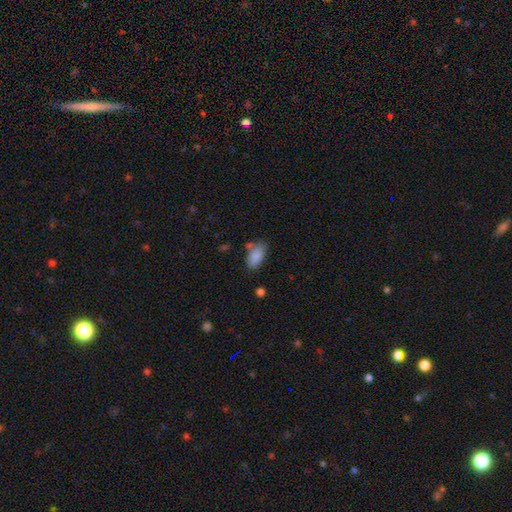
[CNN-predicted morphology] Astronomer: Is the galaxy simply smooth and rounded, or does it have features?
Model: smooth — 85%.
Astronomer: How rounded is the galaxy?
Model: in between — 92%.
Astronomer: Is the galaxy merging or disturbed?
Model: none — 59%.